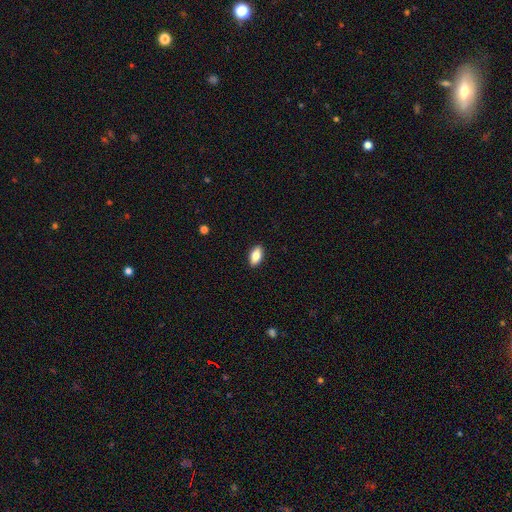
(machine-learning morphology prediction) This is clearly a smooth galaxy (83%). How rounded: clearly in between (91%). Merging: clearly none (90%).